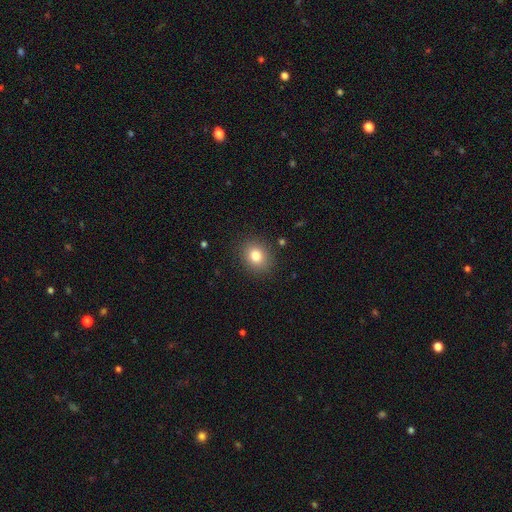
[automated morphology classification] Smooth or featured?
  - smooth: 81% *
  - star or artifact: 11%
  - featured or disk: 8%
How rounded?
  - round: 63% *
  - in between: 36%
  - cigar-shaped: 1%
Merging?
  - none: 88% *
  - minor disturbance: 8%
  - major disturbance: 3%
  - merger: 1%